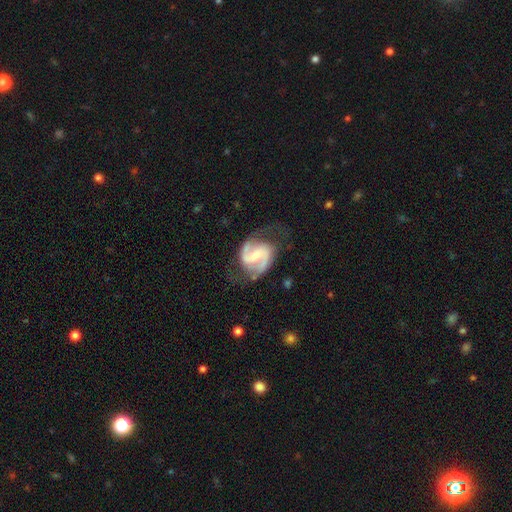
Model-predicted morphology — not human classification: Smooth or featured?
  - featured or disk: 89% *
  - smooth: 6%
  - star or artifact: 4%
Edge-on disk?
  - no: 98% *
  - yes: 2%
Bar?
  - weak: 50% *
  - strong: 29%
  - no: 21%
Spiral arms?
  - yes: 97% *
  - no: 3%
Spiral winding?
  - medium: 57% *
  - tight: 21%
  - loose: 21%
Spiral arm count?
  - 2: 91% *
  - can't tell: 3%
  - 3: 2%
  - 1: 2%
  - 4: 1%
  - more than 4: 1%
Bulge size?
  - small: 48% *
  - moderate: 39%
  - none: 9%
  - large: 3%
  - dominant: 1%
Merging?
  - none: 64% *
  - minor disturbance: 21%
  - major disturbance: 14%
  - merger: 2%